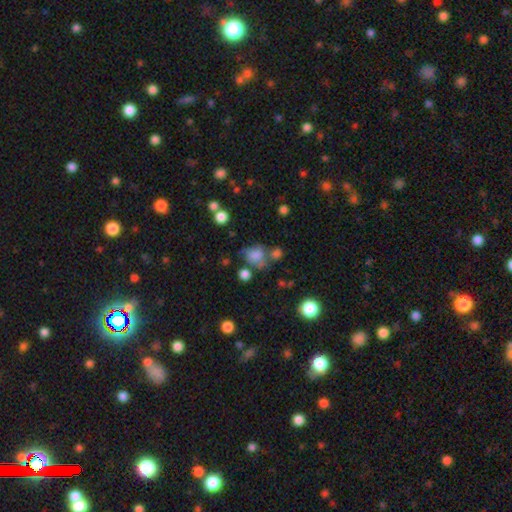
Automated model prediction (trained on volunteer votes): smooth-or-featured: smooth: 71% | featured or disk: 15% | star or artifact: 14%
  how-rounded: round: 61% | in between: 38% | cigar-shaped: 1%
  merging: none: 43% | minor disturbance: 21% | merger: 20% | major disturbance: 15%